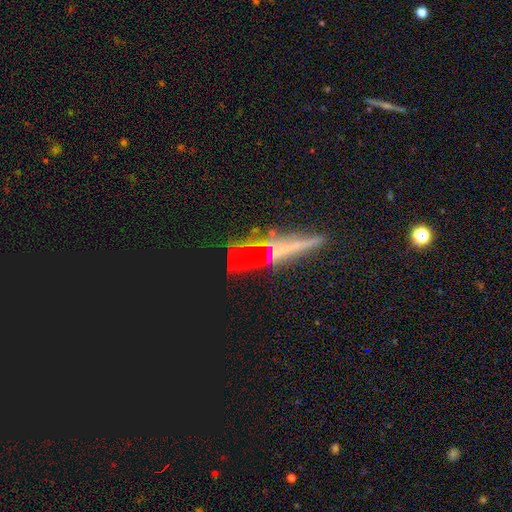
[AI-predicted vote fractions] A featured or disk galaxy (48%). Merging: none (57%).